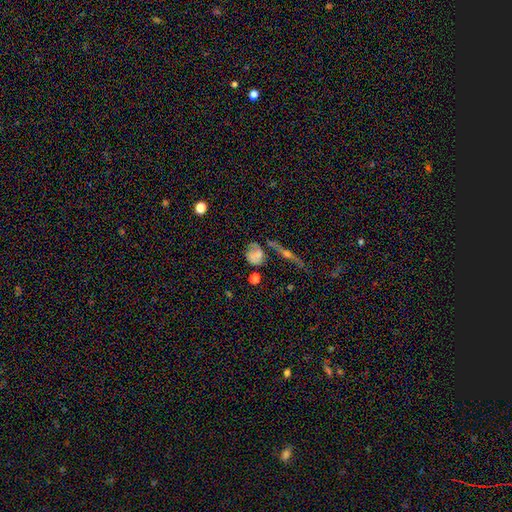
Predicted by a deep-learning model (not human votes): smooth 63%, featured or disk 23%, star or artifact 14%. Down the decision tree: how rounded — round (61%); merging — none (45%).